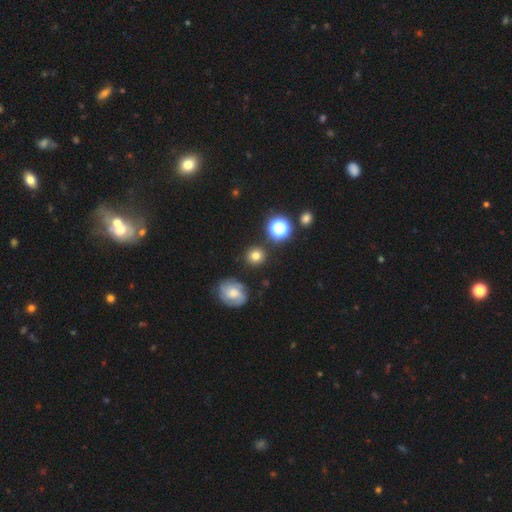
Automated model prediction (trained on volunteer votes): This is likely a smooth galaxy (76%). How rounded: clearly round (90%). Merging: clearly none (86%).